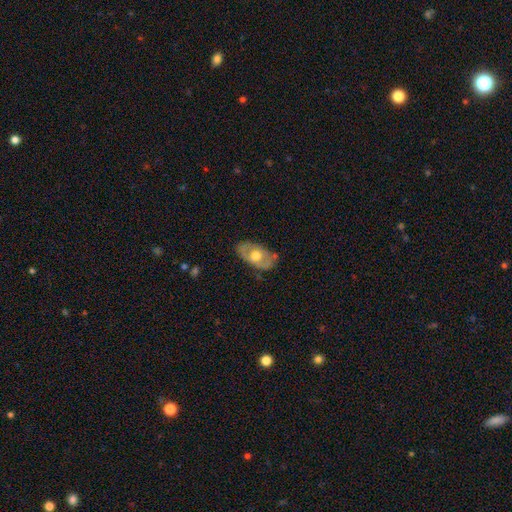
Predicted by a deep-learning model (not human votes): Q: Smooth or featured?
A: featured or disk (50%); runner-up: smooth (44%)
Q: Edge-on disk?
A: no (86%); runner-up: yes (14%)
Q: Merging?
A: none (75%); runner-up: minor disturbance (18%)